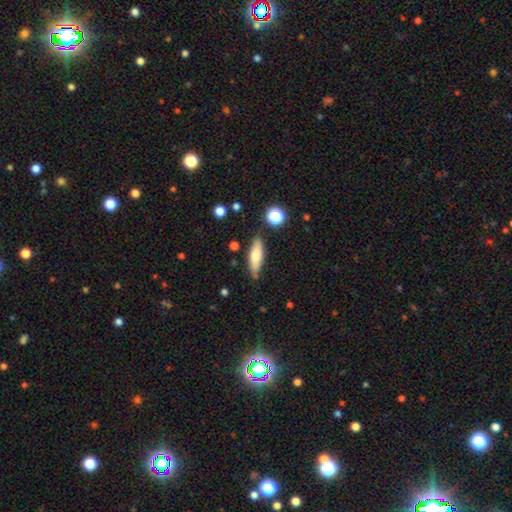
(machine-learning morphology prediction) Smooth or featured: smooth — 65% (featured or disk — 27%)
How rounded: cigar-shaped — 54% (in between — 44%)
Merging: none — 80% (minor disturbance — 14%)